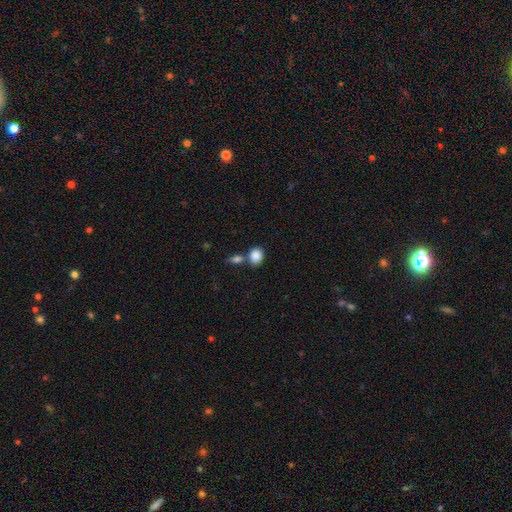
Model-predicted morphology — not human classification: A smooth galaxy with no disk features (87%) that is in between round and cigar-shaped (54%).

Vote fractions:
- Smooth or featured? smooth: 87% / star or artifact: 8% / featured or disk: 5%
- How rounded? in between: 54% / round: 44% / cigar-shaped: 1%
- Merging? none: 54% / merger: 31% / minor disturbance: 11% / major disturbance: 4%